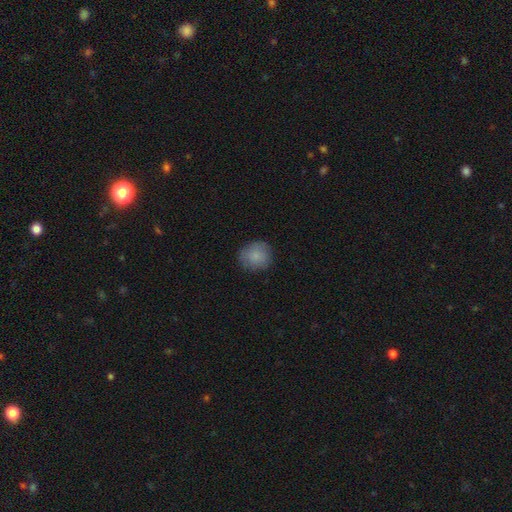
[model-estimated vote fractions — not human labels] This is clearly a smooth galaxy (84%). How rounded: clearly round (86%). Merging: clearly none (81%).